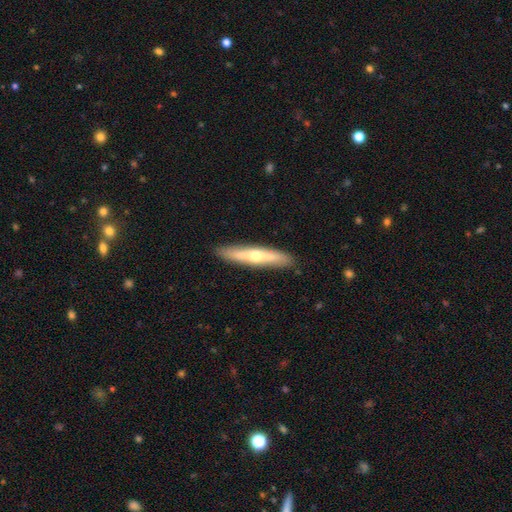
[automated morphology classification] The model was most divided on "smooth or featured": featured or disk: 57%, smooth: 38%, star or artifact: 6%. More confident: merging — none (89%); edge-on disk — yes (87%).